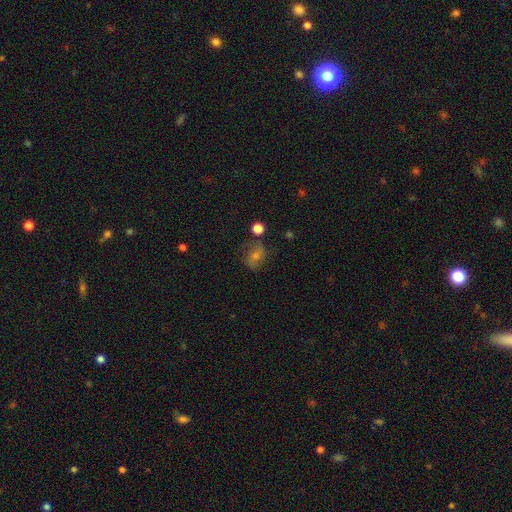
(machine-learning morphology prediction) This is marginally a smooth galaxy (41%). Merging: likely none (69%).